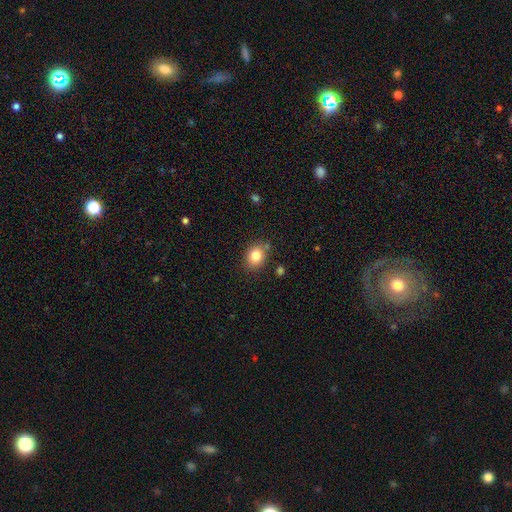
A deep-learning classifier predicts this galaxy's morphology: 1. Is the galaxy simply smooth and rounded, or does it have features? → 82% smooth, 10% star or artifact, 8% featured or disk.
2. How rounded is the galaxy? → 56% round, 43% in between, 1% cigar-shaped.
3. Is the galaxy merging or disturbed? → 82% none, 12% minor disturbance, 4% merger, 3% major disturbance.